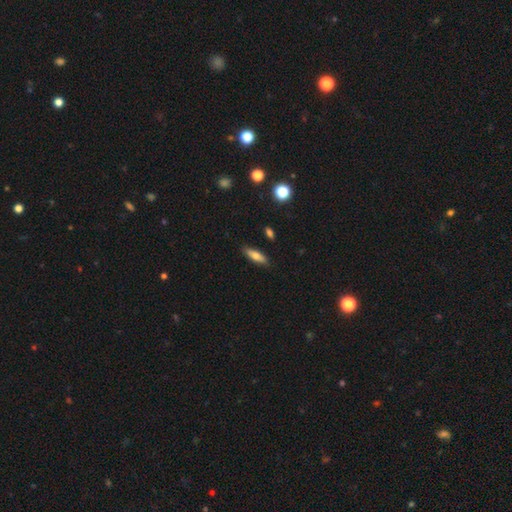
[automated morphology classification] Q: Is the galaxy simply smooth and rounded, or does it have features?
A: smooth — 68%.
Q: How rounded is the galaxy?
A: in between — 49%.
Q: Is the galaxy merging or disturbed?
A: none — 85%.